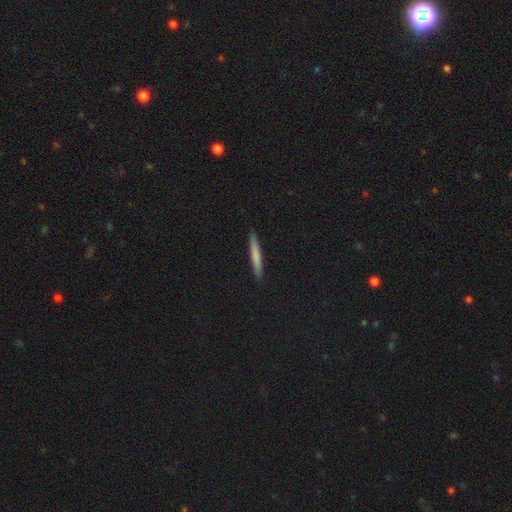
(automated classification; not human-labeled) Smooth or featured: smooth — 72% (featured or disk — 22%)
How rounded: cigar-shaped — 95% (in between — 3%)
Merging: none — 92% (minor disturbance — 6%)